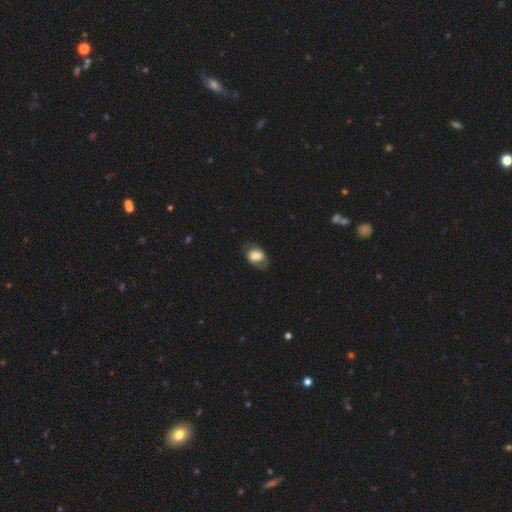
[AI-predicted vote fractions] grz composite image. It shows a smooth galaxy with no disk features (68%) that is in between round and cigar-shaped (71%). Merging: none (63%).